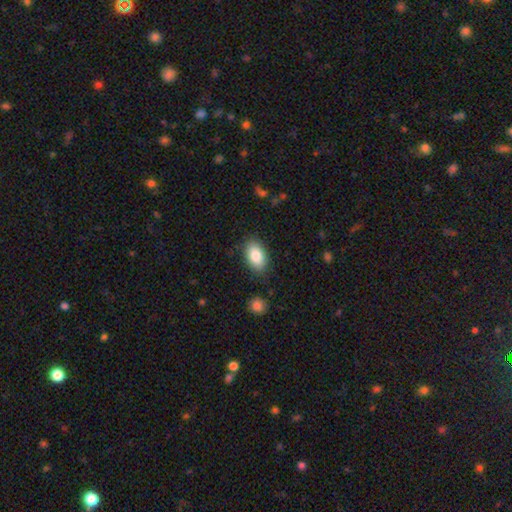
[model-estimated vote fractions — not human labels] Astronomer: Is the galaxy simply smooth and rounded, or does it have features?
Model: smooth — 84%.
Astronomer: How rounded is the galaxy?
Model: in between — 92%.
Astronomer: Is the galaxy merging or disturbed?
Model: none — 84%.